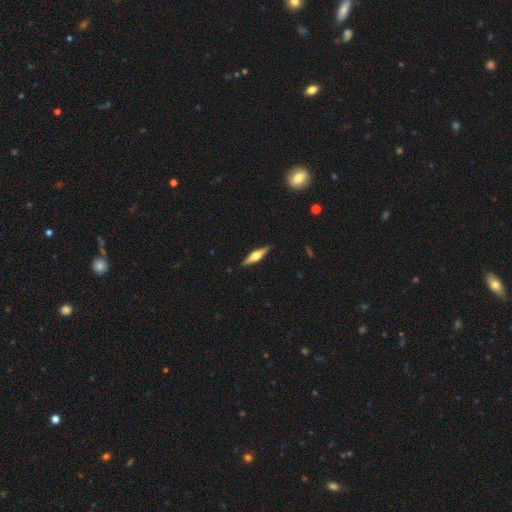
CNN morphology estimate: A featured or disk galaxy (68%) viewed edge-on (97%) with a rounded central bulge (94%). Merging: none (91%).